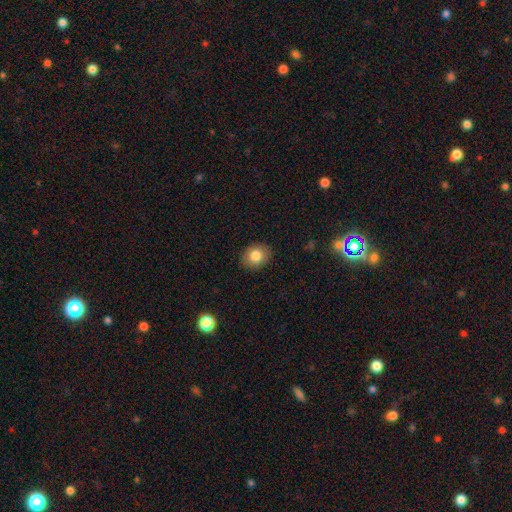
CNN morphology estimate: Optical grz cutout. It shows a smooth galaxy with no disk features (82%) that is round (58%). Merging: none (89%).